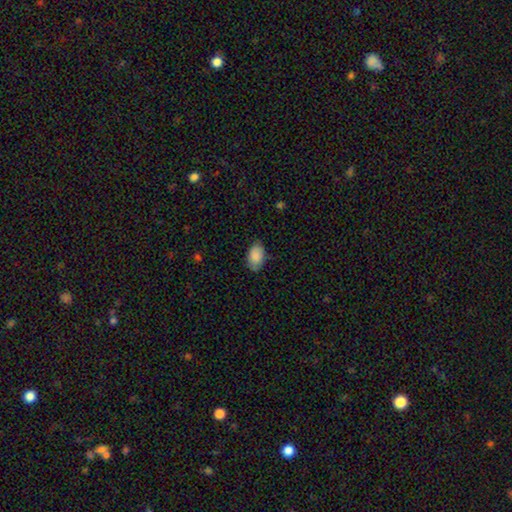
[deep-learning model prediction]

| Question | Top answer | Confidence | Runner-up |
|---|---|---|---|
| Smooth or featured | smooth | 88% | star or artifact (6%) |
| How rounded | in between | 93% | round (6%) |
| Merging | none | 75% | minor disturbance (20%) |